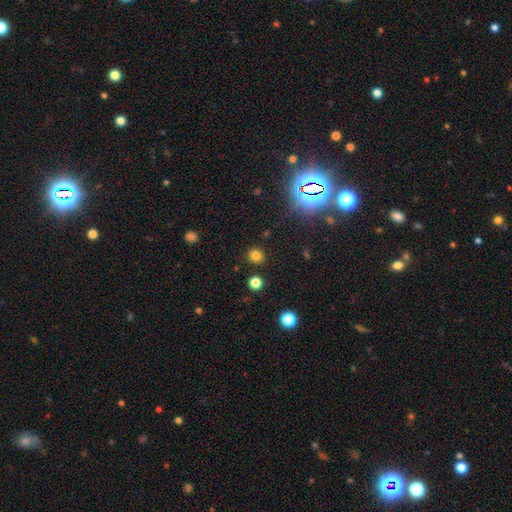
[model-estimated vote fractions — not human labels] smooth 79%, star or artifact 16%, featured or disk 5%. Down the decision tree: how rounded — round (83%); merging — none (89%).